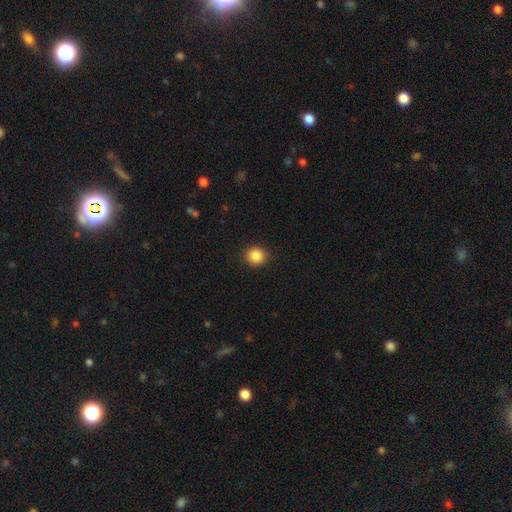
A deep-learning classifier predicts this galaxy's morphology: Smooth or featured? Predicted: smooth (p=0.86). How rounded? Predicted: round (p=0.89). Merging? Predicted: none (p=0.91).